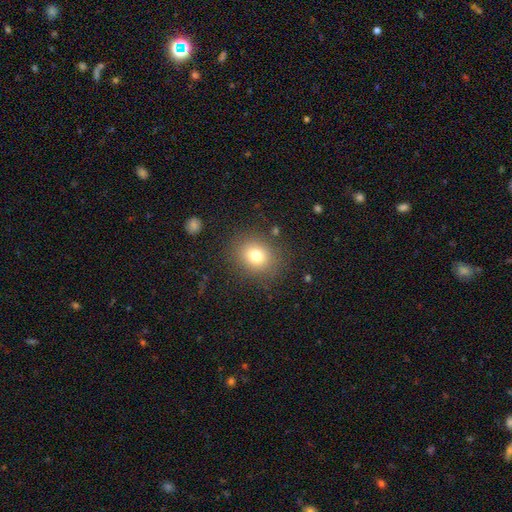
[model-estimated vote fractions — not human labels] Smooth or featured? Predicted: smooth (p=0.77). How rounded? Predicted: round (p=0.69). Merging? Predicted: none (p=0.84).